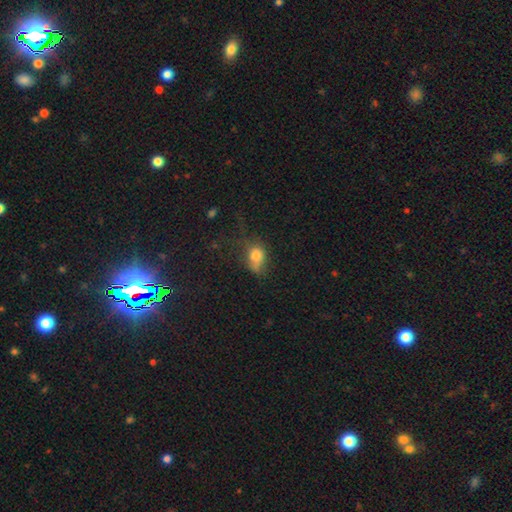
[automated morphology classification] A smooth galaxy with no disk features (74%) that is in between round and cigar-shaped (61%).

Vote fractions:
- Smooth or featured? smooth: 74% / featured or disk: 13% / star or artifact: 13%
- How rounded? in between: 61% / round: 37% / cigar-shaped: 2%
- Merging? none: 34% / minor disturbance: 31% / major disturbance: 29% / merger: 6%